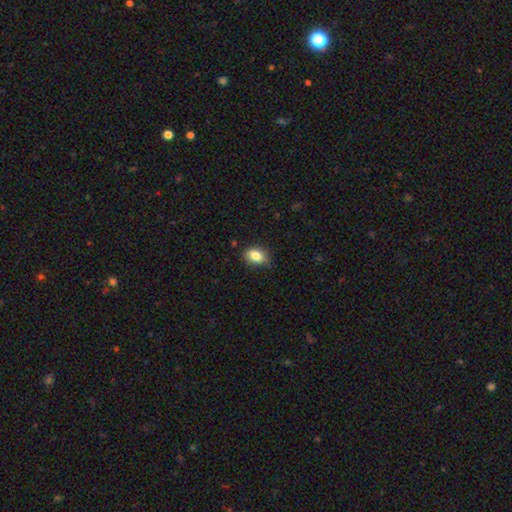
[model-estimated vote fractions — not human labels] The model was most divided on "how rounded": in between: 70%, round: 29%, cigar-shaped: 1%. More confident: smooth or featured — smooth (82%); merging — none (68%).